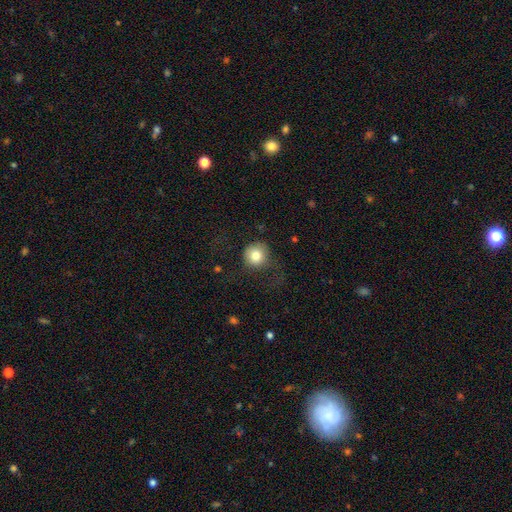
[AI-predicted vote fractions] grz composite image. It shows a smooth galaxy with no disk features (80%) that is round (90%). Merging: none (58%).